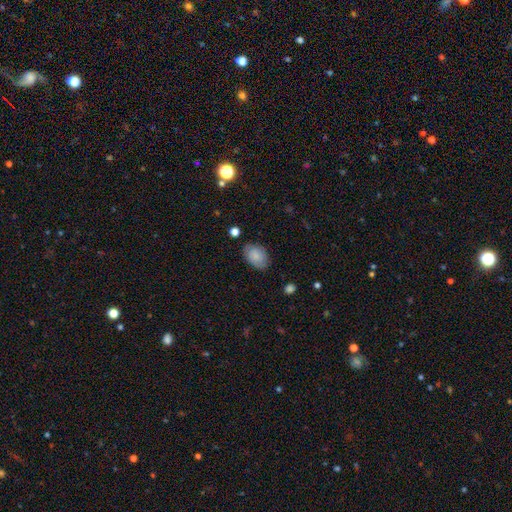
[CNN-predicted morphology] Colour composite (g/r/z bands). It shows a smooth galaxy with no disk features (85%) that is in between round and cigar-shaped (85%). Merging: none (79%).